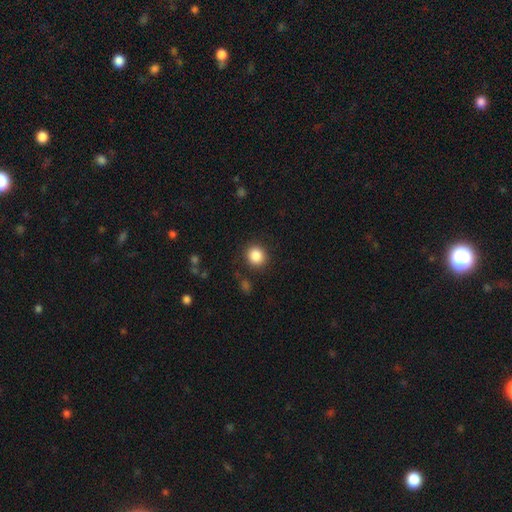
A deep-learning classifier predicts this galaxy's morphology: Q: Smooth or featured?
A: smooth (86%); runner-up: star or artifact (10%)
Q: How rounded?
A: round (87%); runner-up: in between (12%)
Q: Merging?
A: none (89%); runner-up: minor disturbance (7%)